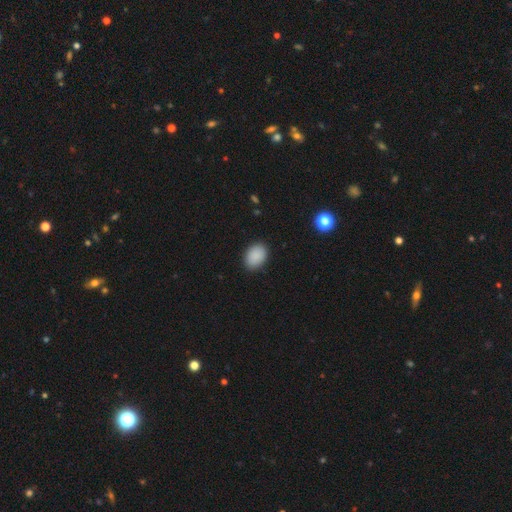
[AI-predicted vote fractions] A smooth galaxy with no disk features (89%) that is in between round and cigar-shaped (77%). Merging: none (87%).